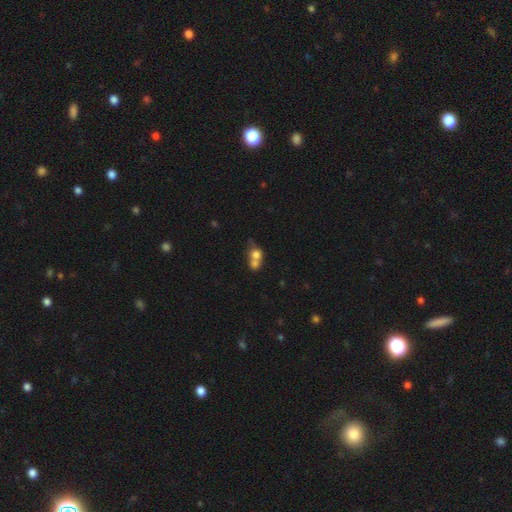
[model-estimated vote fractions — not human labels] smooth-or-featured: smooth: 69% | featured or disk: 19% | star or artifact: 11%
  how-rounded: round: 69% | in between: 29% | cigar-shaped: 2%
  merging: merger: 68% | none: 21% | minor disturbance: 6% | major disturbance: 4%